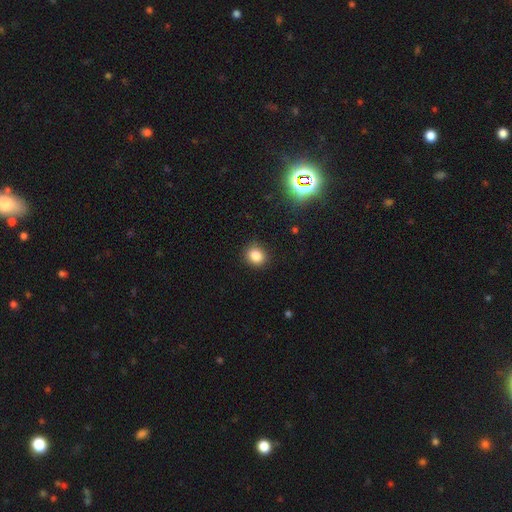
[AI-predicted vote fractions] Morphology: type=smooth (84%); roundness=round (71%); merging=none (87%).